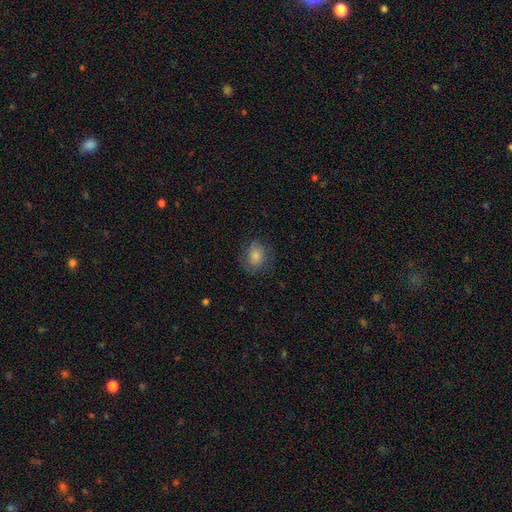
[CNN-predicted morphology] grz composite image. It shows a smooth galaxy with no disk features (78%) that is round (53%). Merging: none (74%).